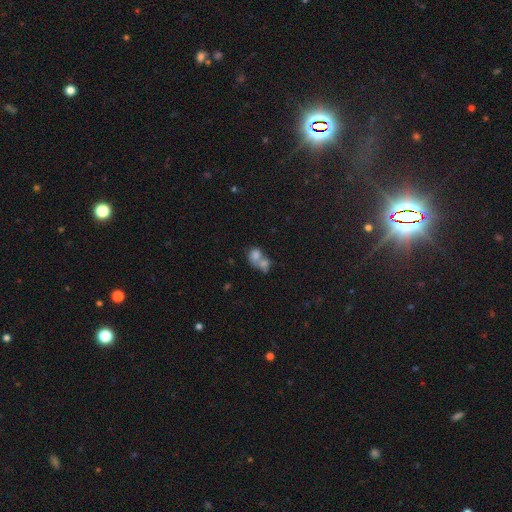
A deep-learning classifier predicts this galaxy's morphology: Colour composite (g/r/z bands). It shows a smooth galaxy with no disk features (72%) that is in between round and cigar-shaped (54%). Merging: merger (71%).